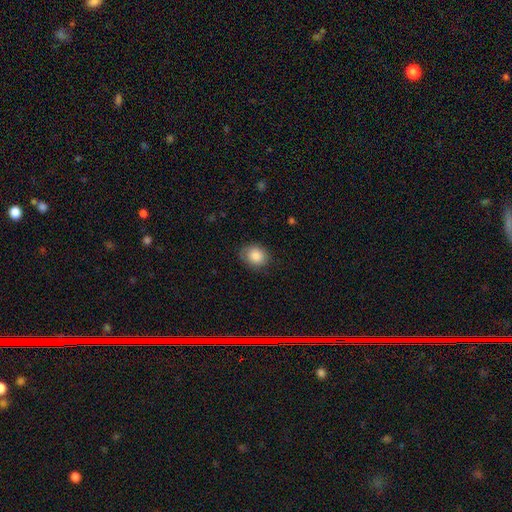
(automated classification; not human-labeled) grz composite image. It shows a smooth galaxy with no disk features (85%) that is round (56%). Merging: none (77%).